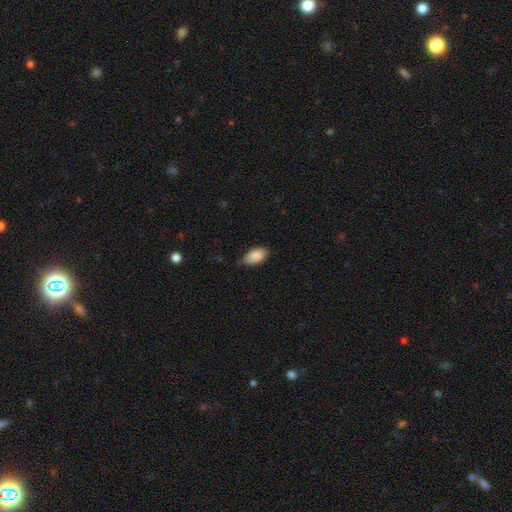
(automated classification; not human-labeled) A smooth galaxy with no disk features (89%) that is in between round and cigar-shaped (94%). Merging: none (73%).